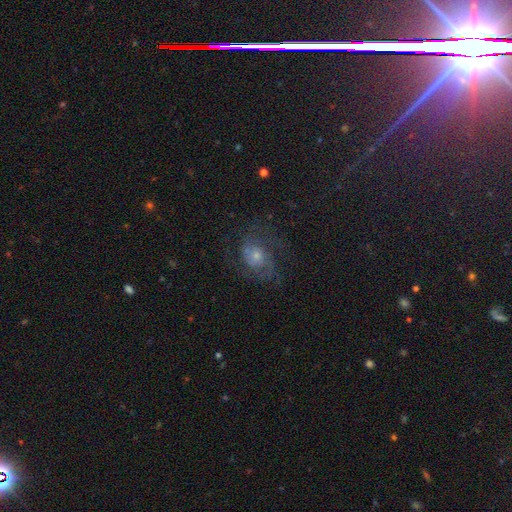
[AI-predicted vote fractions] Q: Smooth or featured?
A: featured or disk (66%); runner-up: smooth (18%)
Q: Edge-on disk?
A: no (97%); runner-up: yes (3%)
Q: Bar?
A: no (75%); runner-up: weak (22%)
Q: Spiral arms?
A: yes (89%); runner-up: no (11%)
Q: Spiral winding?
A: medium (49%); runner-up: tight (32%)
Q: Spiral arm count?
A: 2 (48%); runner-up: can't tell (25%)
Q: Bulge size?
A: moderate (45%); runner-up: small (43%)
Q: Merging?
A: none (66%); runner-up: minor disturbance (17%)